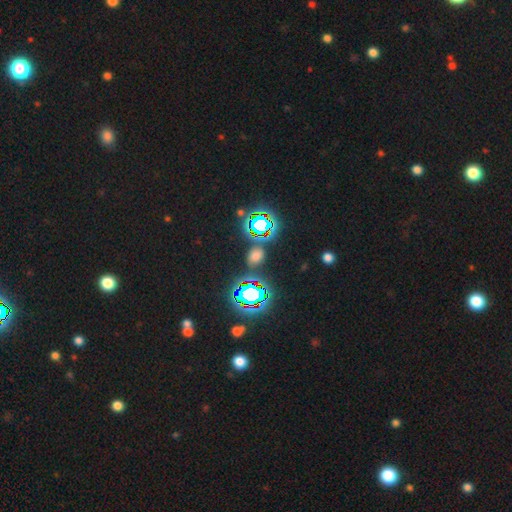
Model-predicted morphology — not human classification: Smooth or featured: star or artifact — 55% (smooth — 35%)